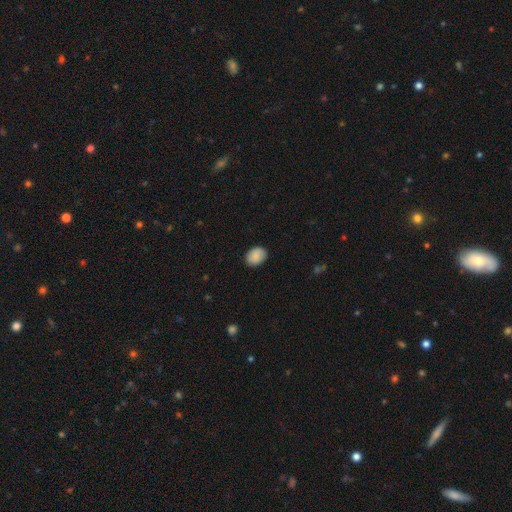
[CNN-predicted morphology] smooth_or_featured: smooth (p=0.89) [alt: star or artifact p=0.07]
how_rounded: in between (p=0.67) [alt: round p=0.32]
merging: none (p=0.85) [alt: minor disturbance p=0.11]